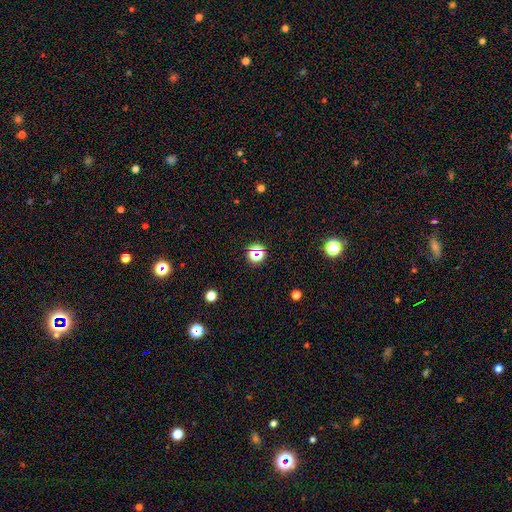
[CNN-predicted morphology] Smooth or featured? Predicted: star or artifact (p=0.63).